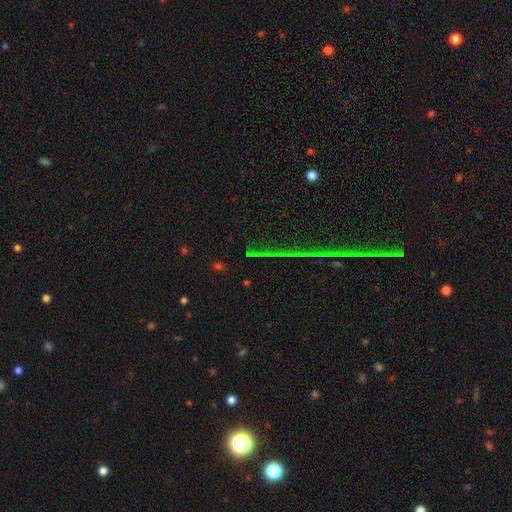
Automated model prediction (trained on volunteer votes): Smooth or featured?
  - star or artifact: 72% *
  - smooth: 17%
  - featured or disk: 11%